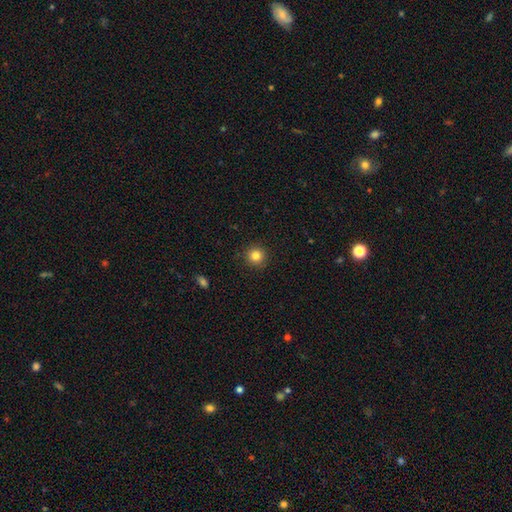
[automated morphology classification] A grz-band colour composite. It shows a smooth galaxy with no disk features (83%) that is round (94%). Merging: none (91%).